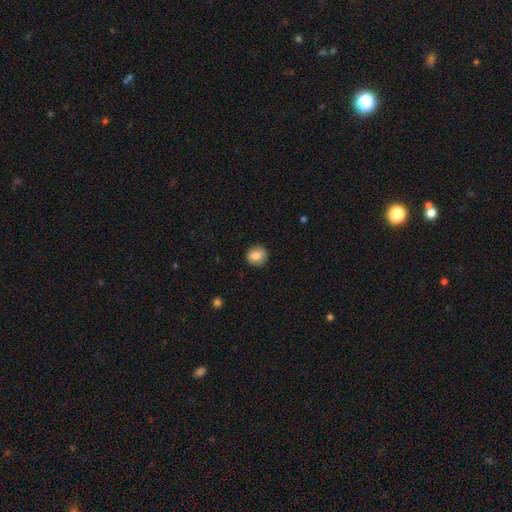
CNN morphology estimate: type=smooth (82%); roundness=round (81%); merging=none (85%).